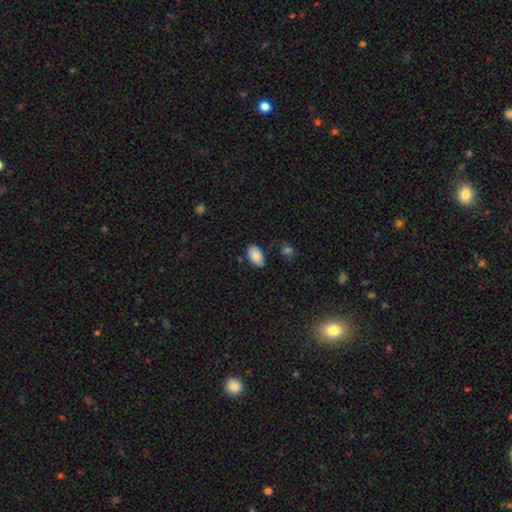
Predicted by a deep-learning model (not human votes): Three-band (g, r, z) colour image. It shows a smooth galaxy with no disk features (88%) that is in between round and cigar-shaped (94%). Merging: none (82%).